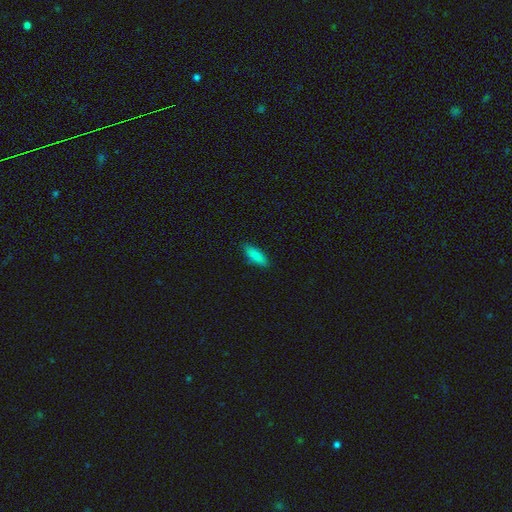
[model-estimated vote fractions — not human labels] The model was most divided on "how rounded": in between: 53%, cigar-shaped: 45%, round: 2%. More confident: merging — none (86%); smooth or featured — smooth (85%).